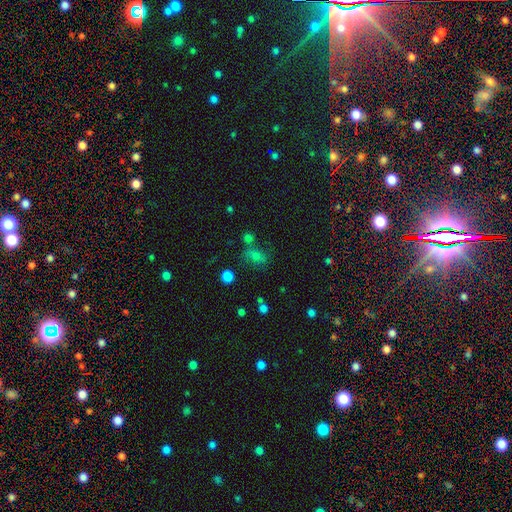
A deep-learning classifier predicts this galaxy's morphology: This is possibly a smooth galaxy (47%). Merging: likely none (61%).